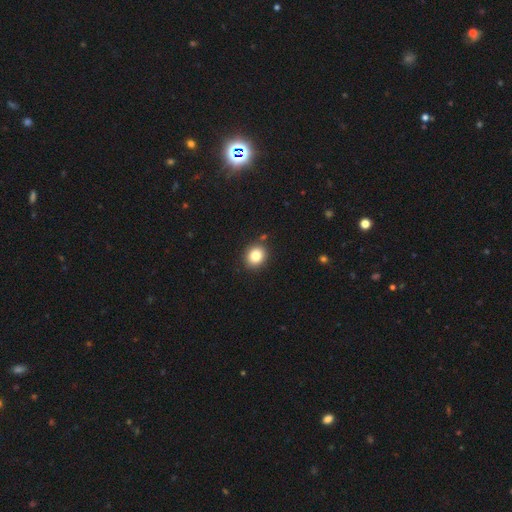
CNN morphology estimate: Smooth or featured? Predicted: smooth (p=0.83). How rounded? Predicted: round (p=0.72). Merging? Predicted: none (p=0.87).